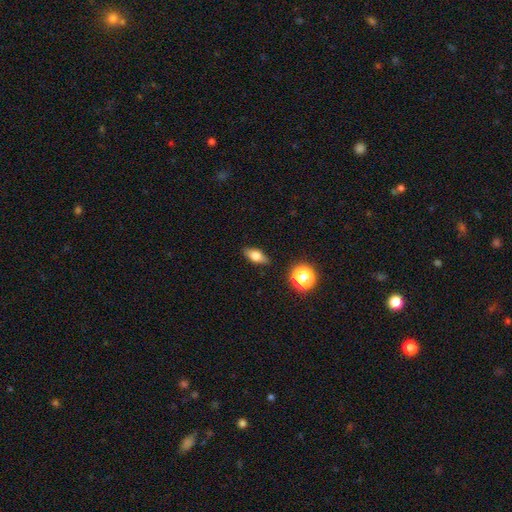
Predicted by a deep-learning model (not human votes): Morphology: type=smooth (66%); roundness=in between (74%); merging=none (87%).